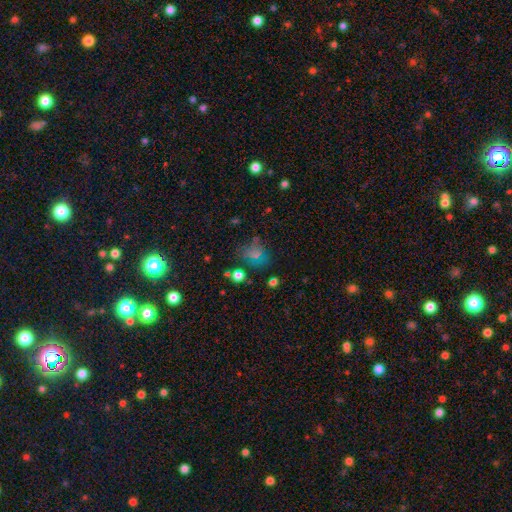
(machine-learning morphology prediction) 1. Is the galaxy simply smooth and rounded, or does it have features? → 59% smooth, 25% star or artifact, 16% featured or disk.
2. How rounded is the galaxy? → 57% round, 42% in between, 1% cigar-shaped.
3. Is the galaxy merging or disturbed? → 55% none, 22% minor disturbance, 17% major disturbance, 7% merger.